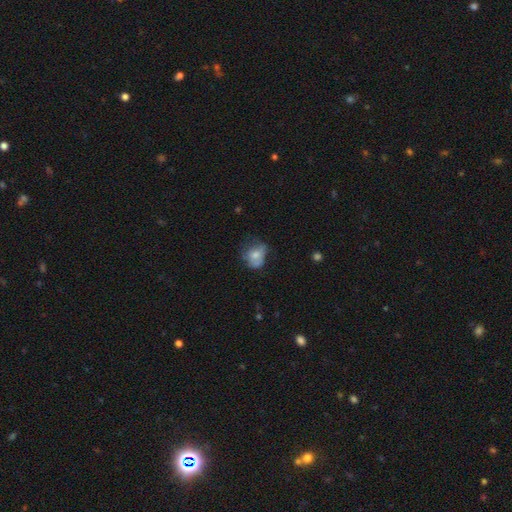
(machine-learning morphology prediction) smooth 64%, featured or disk 26%, star or artifact 10%. Down the decision tree: how rounded — in between (51%); merging — none (38%).